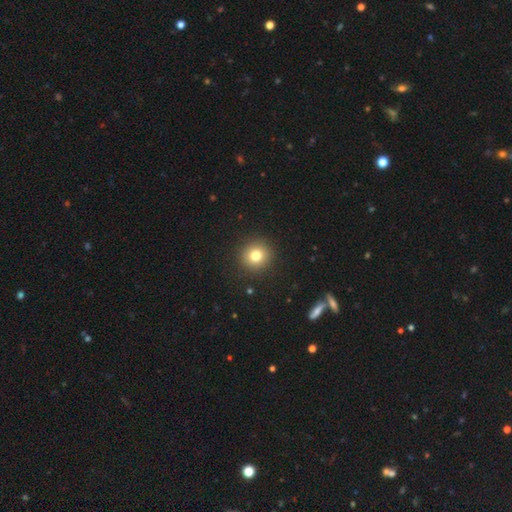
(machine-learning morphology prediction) Overall: smooth (79%). How rounded: round (93%). Merging: none (92%).